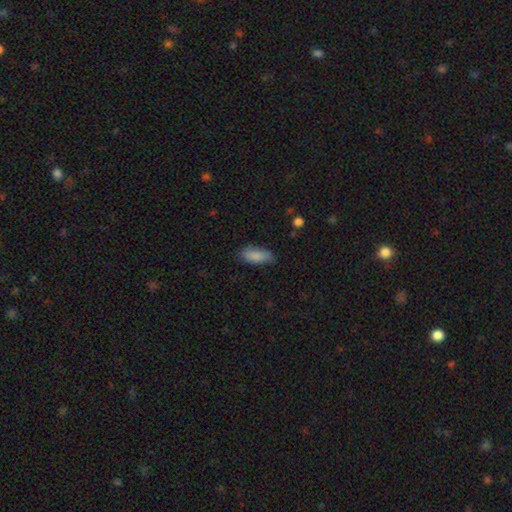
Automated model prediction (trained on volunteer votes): The model was most divided on "merging": none: 70%, minor disturbance: 24%, major disturbance: 4%, merger: 1%. More confident: smooth or featured — smooth (86%); how rounded — in between (83%).